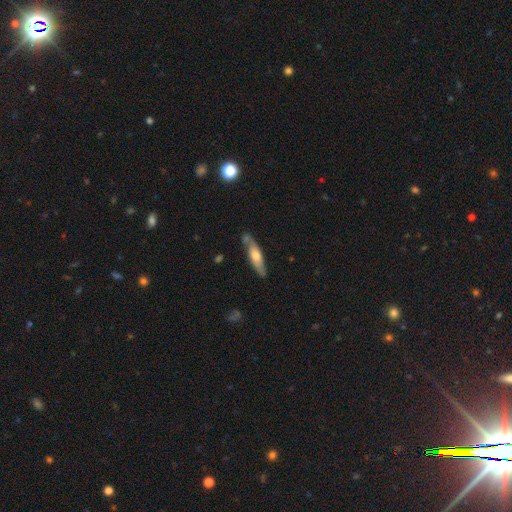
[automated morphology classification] smooth_or_featured: smooth (p=0.50) [alt: featured or disk p=0.44]
how_rounded: cigar-shaped (p=0.73) [alt: in between p=0.25]
merging: none (p=0.73) [alt: minor disturbance p=0.17]